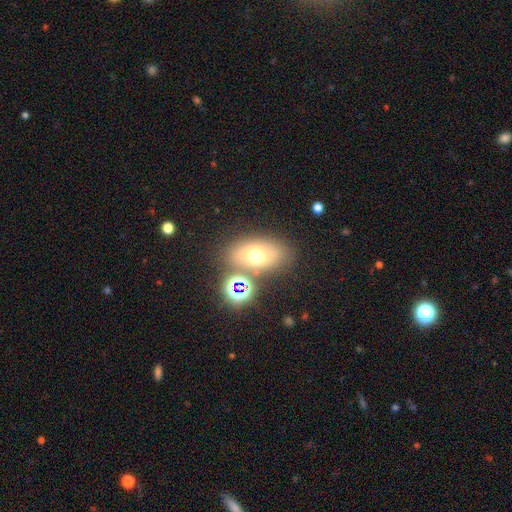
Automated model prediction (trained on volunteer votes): Overall: smooth (61%; featured or disk 22%). How rounded: in between (81%). Merging: none (70%).